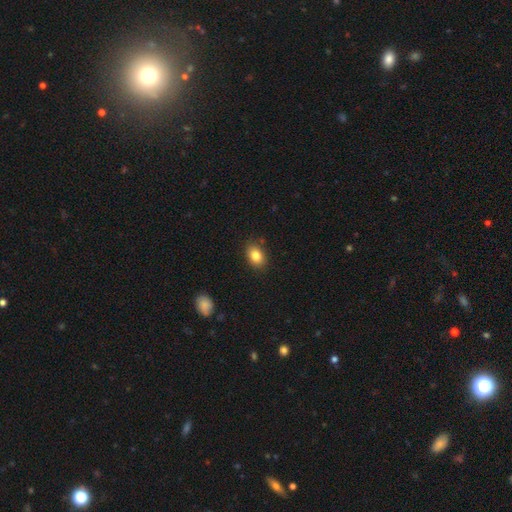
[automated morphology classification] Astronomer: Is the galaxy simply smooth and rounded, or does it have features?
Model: smooth — 84%.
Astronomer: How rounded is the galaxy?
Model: in between — 73%.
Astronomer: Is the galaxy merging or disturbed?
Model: none — 86%.